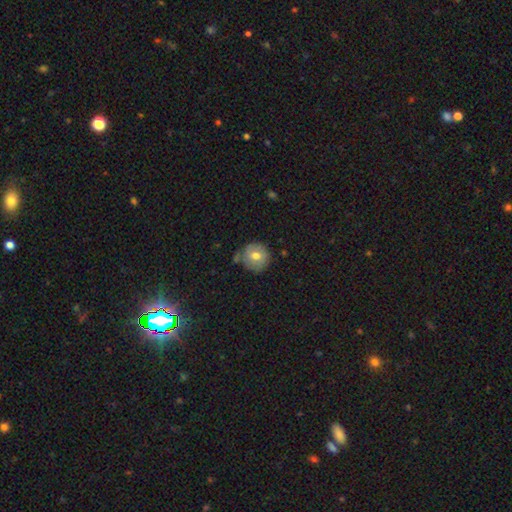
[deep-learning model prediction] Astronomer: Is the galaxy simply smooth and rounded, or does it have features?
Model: smooth — 70%.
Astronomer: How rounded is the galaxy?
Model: round — 93%.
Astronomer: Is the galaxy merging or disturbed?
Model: none — 76%.